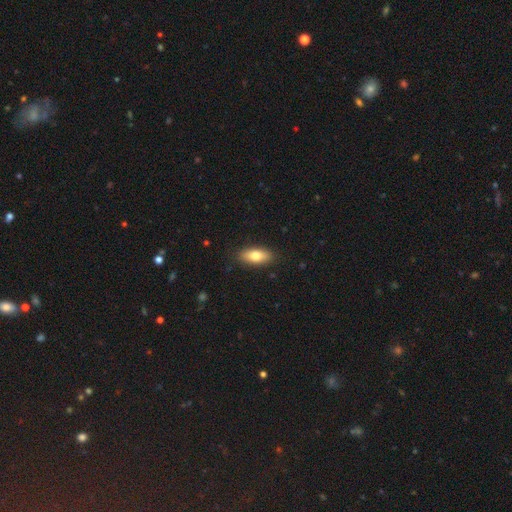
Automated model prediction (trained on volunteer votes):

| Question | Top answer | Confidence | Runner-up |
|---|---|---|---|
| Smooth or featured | smooth | 76% | featured or disk (17%) |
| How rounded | in between | 81% | cigar-shaped (16%) |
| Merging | none | 87% | minor disturbance (10%) |